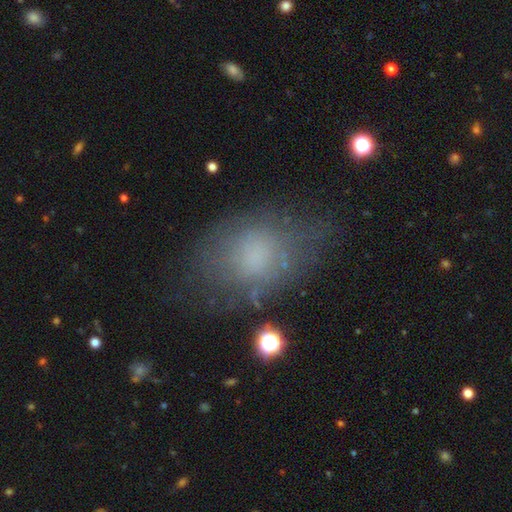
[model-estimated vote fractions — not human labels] Morphology: type=smooth (64%); roundness=in between (74%); merging=none (57%).